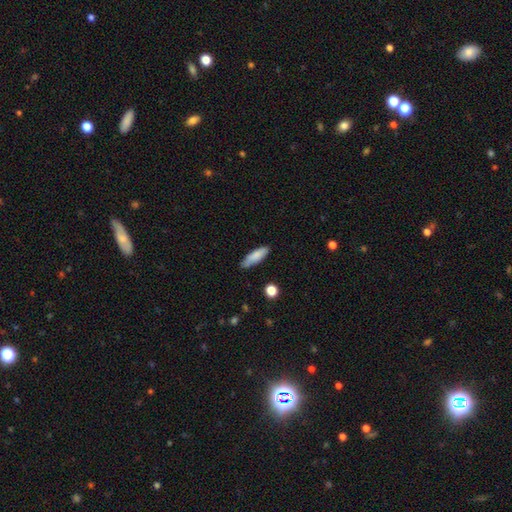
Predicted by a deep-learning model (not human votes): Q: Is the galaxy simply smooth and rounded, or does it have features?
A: smooth — 83%.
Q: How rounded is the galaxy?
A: cigar-shaped — 55%.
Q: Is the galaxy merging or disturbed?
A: none — 82%.